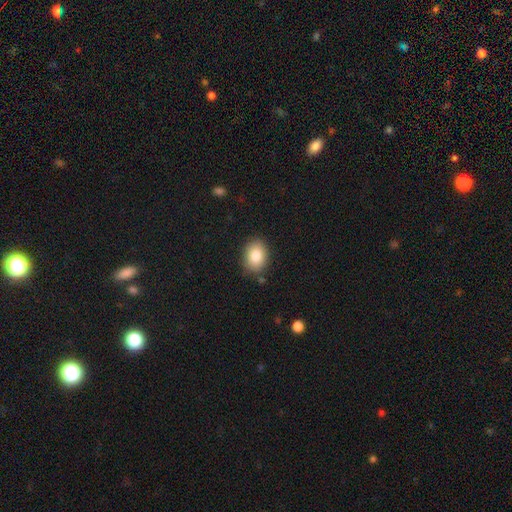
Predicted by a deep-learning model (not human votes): smooth-or-featured: smooth: 85% | star or artifact: 8% | featured or disk: 7%
  how-rounded: in between: 69% | round: 30% | cigar-shaped: 1%
  merging: none: 85% | minor disturbance: 11% | major disturbance: 2% | merger: 2%